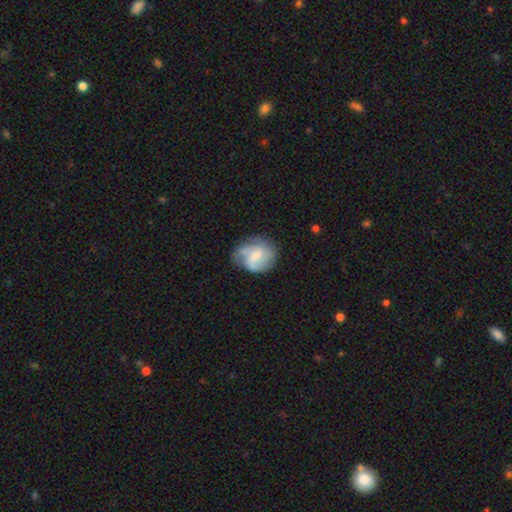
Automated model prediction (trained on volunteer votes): A featured or disk galaxy (61%) with a weak bar (48%), spiral arms (80%) and a small central bulge (51%). Merging: none (57%).